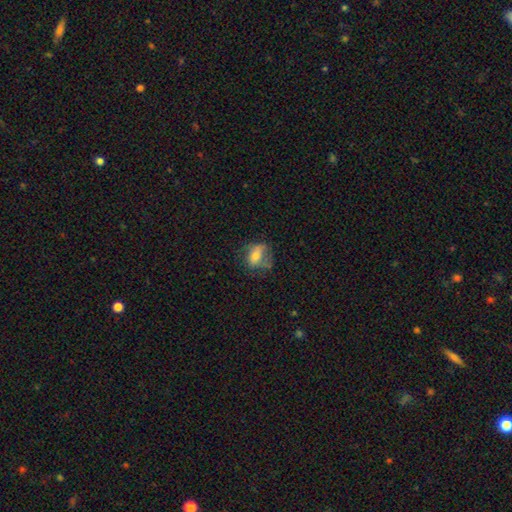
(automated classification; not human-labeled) Smooth or featured?
  - smooth: 58% *
  - featured or disk: 31%
  - star or artifact: 11%
How rounded?
  - in between: 60% *
  - round: 37%
  - cigar-shaped: 3%
Merging?
  - none: 49% *
  - minor disturbance: 26%
  - major disturbance: 22%
  - merger: 2%